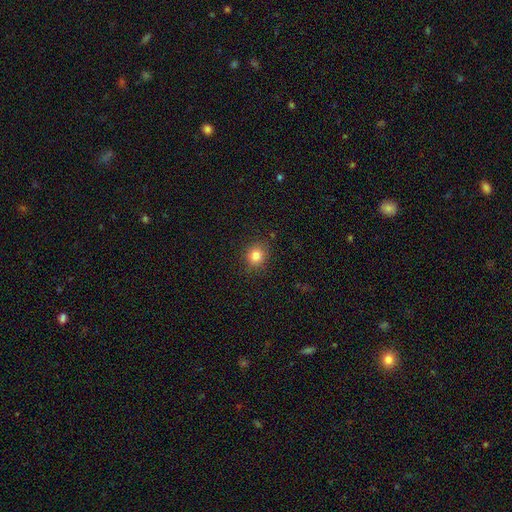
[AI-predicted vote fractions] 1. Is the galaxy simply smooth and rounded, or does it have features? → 82% smooth, 13% star or artifact, 5% featured or disk.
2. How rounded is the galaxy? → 84% round, 15% in between, 1% cigar-shaped.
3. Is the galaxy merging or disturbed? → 87% none, 9% minor disturbance, 3% major disturbance, 1% merger.